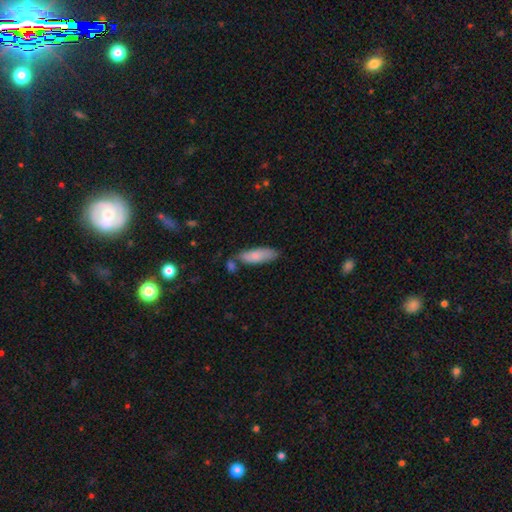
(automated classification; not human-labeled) Smooth or featured: smooth — 81% (featured or disk — 13%)
How rounded: in between — 54% (cigar-shaped — 44%)
Merging: none — 66% (minor disturbance — 19%)